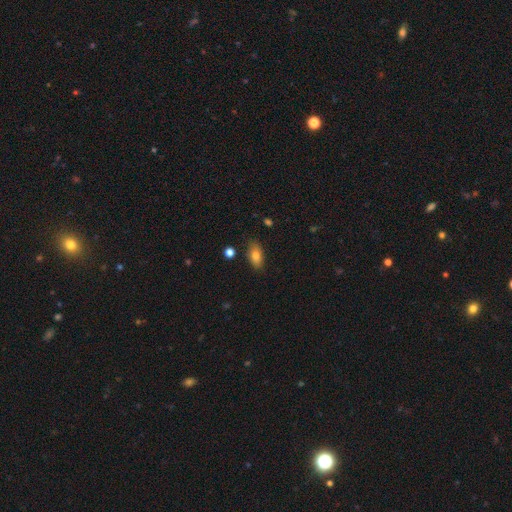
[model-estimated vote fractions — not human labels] smooth-or-featured: smooth: 80% | featured or disk: 11% | star or artifact: 9%
  how-rounded: in between: 87% | cigar-shaped: 7% | round: 6%
  merging: none: 82% | minor disturbance: 13% | major disturbance: 3% | merger: 2%